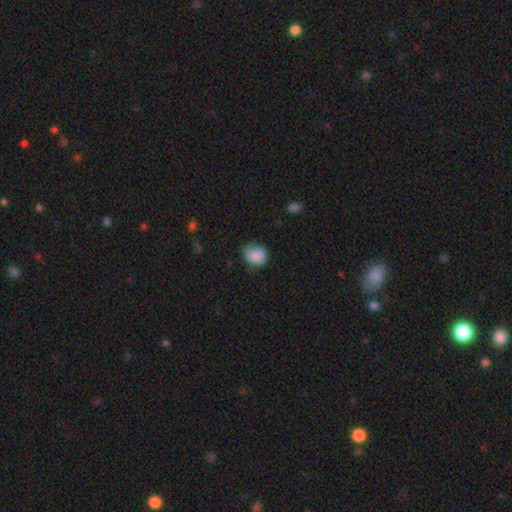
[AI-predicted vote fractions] Morphology: type=smooth (86%); roundness=round (59%); merging=none (63%).